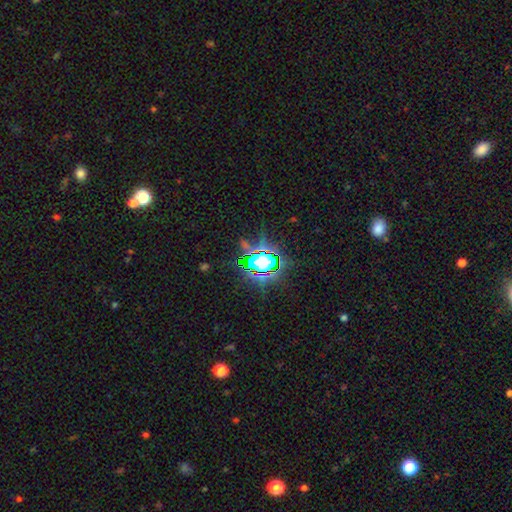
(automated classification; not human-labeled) A star or artifact, not a galaxy (80%).